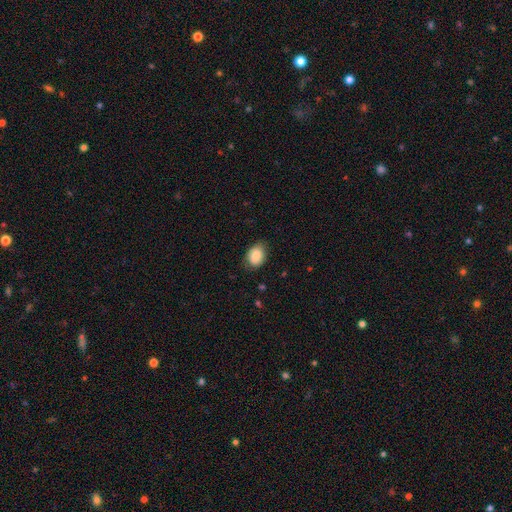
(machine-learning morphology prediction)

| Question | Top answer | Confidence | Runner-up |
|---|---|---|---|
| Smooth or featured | smooth | 87% | star or artifact (7%) |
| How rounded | in between | 76% | round (23%) |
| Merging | none | 74% | minor disturbance (21%) |